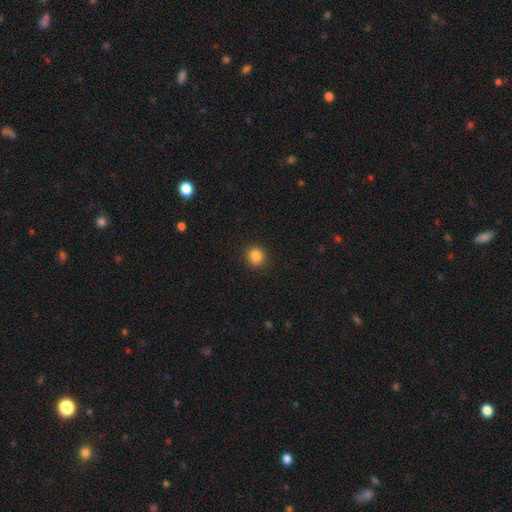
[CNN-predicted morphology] smooth_or_featured: smooth (p=0.85) [alt: star or artifact p=0.11]
how_rounded: round (p=0.82) [alt: in between p=0.17]
merging: none (p=0.90) [alt: minor disturbance p=0.07]